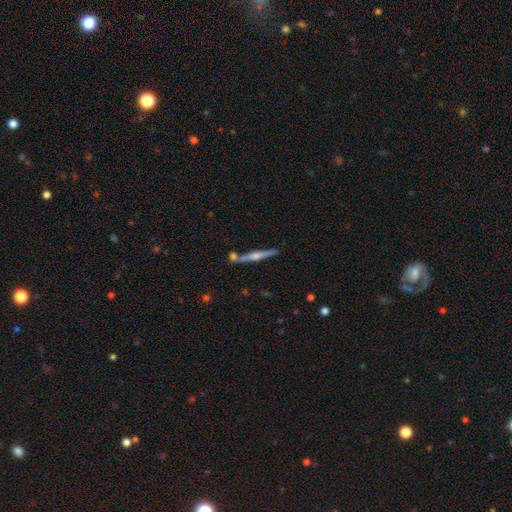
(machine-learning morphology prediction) This appears to be a featured or disk galaxy (77%) viewed edge-on (98%) with a rounded central bulge (84%). Merging: none (81%).